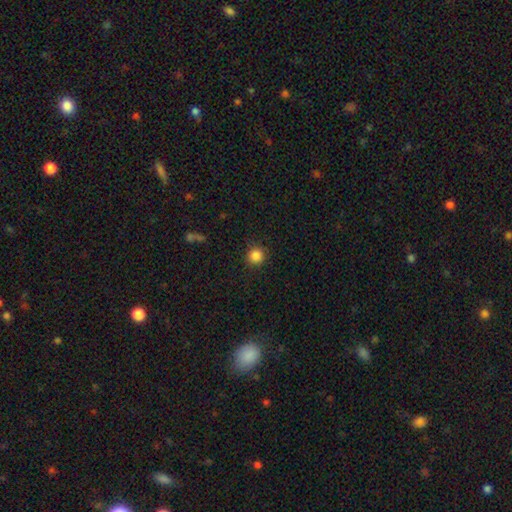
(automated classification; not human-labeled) This is clearly a smooth galaxy (85%). How rounded: clearly round (95%). Merging: clearly none (89%).